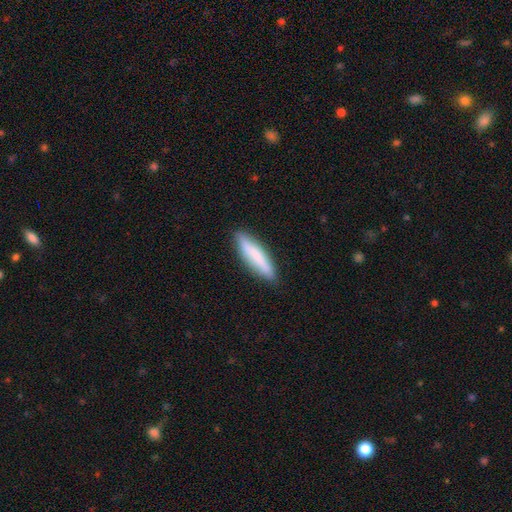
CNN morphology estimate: Smooth or featured?
  - smooth: 74% *
  - featured or disk: 20%
  - star or artifact: 6%
How rounded?
  - cigar-shaped: 80% *
  - in between: 19%
  - round: 1%
Merging?
  - none: 87% *
  - minor disturbance: 10%
  - major disturbance: 2%
  - merger: 1%